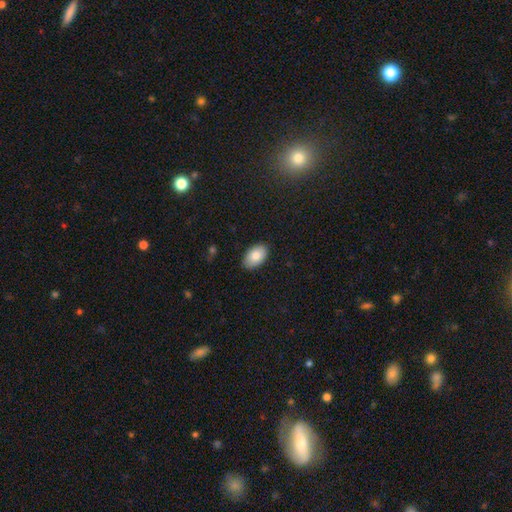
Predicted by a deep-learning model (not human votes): Smooth or featured? smooth (83%)
How rounded? in between (94%)
Merging? none (87%)